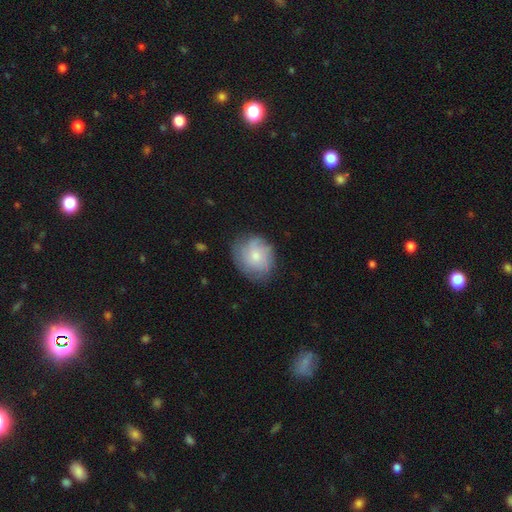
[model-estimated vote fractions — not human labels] smooth 48%, featured or disk 44%, star or artifact 8%. Down the decision tree: merging — none (74%).